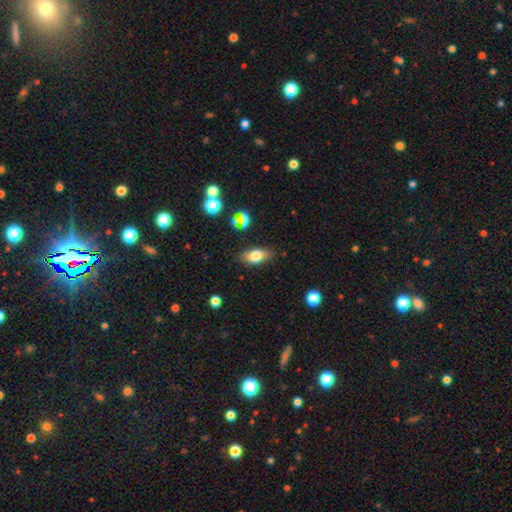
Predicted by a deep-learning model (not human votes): Morphology: type=smooth (71%); roundness=in between (81%); merging=none (81%).